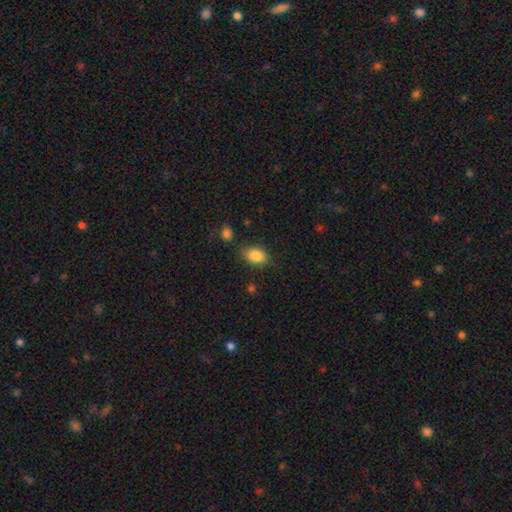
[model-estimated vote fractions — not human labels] Smooth or featured? Predicted: smooth (p=0.86). How rounded? Predicted: in between (p=0.79). Merging? Predicted: none (p=0.74).